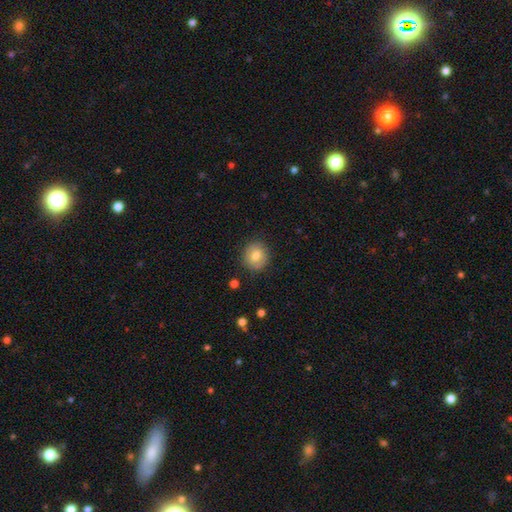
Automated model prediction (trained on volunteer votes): Smooth or featured?
  - smooth: 78% *
  - featured or disk: 14%
  - star or artifact: 9%
How rounded?
  - round: 82% *
  - in between: 17%
  - cigar-shaped: 1%
Merging?
  - none: 86% *
  - minor disturbance: 10%
  - major disturbance: 3%
  - merger: 1%